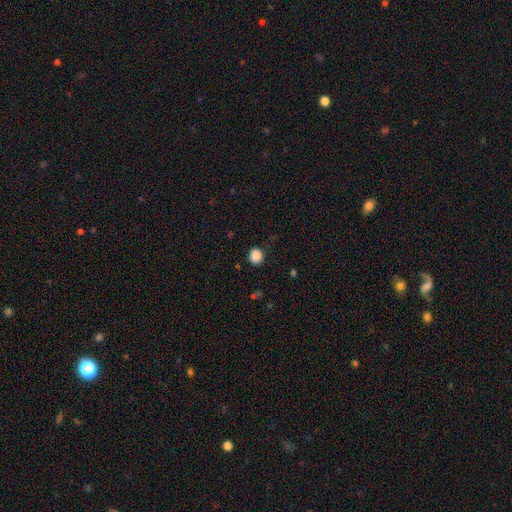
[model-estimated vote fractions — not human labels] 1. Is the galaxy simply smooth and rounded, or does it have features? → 88% smooth, 10% star or artifact, 3% featured or disk.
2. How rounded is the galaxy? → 70% round, 29% in between, 1% cigar-shaped.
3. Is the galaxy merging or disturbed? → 84% none, 11% minor disturbance, 3% major disturbance, 1% merger.